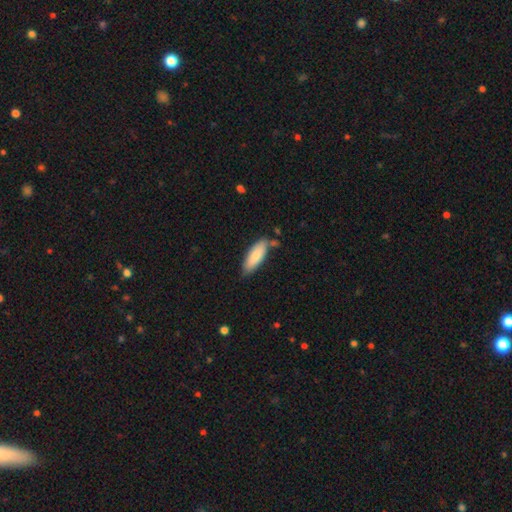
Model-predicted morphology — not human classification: A smooth galaxy with no disk features (80%) that is in between round and cigar-shaped (62%). Merging: none (73%).